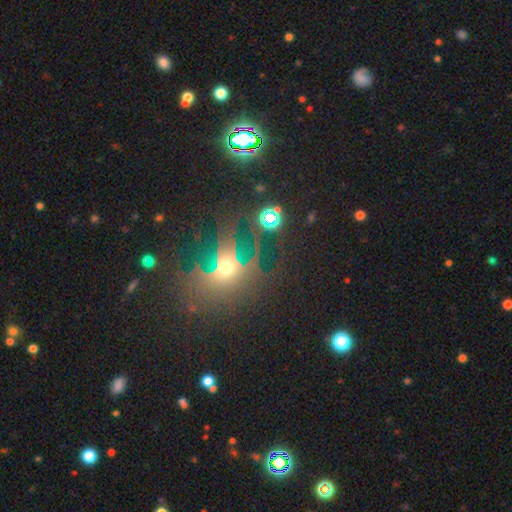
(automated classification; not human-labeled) This appears to be a star or artifact, not a galaxy (44%).